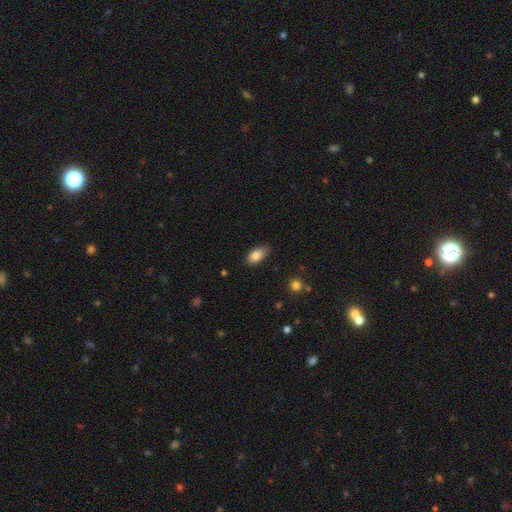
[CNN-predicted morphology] smooth 84%, featured or disk 8%, star or artifact 8%. Down the decision tree: how rounded — in between (91%); merging — none (79%).